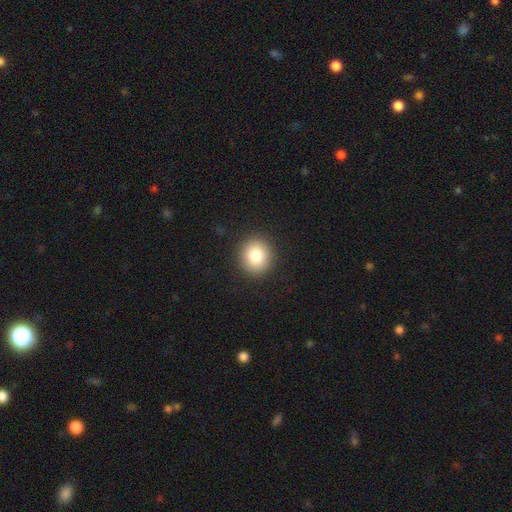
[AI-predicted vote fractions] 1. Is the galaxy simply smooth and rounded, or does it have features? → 84% smooth, 10% star or artifact, 7% featured or disk.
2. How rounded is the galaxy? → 85% round, 14% in between, 1% cigar-shaped.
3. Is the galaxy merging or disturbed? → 91% none, 6% minor disturbance, 2% major disturbance, 1% merger.